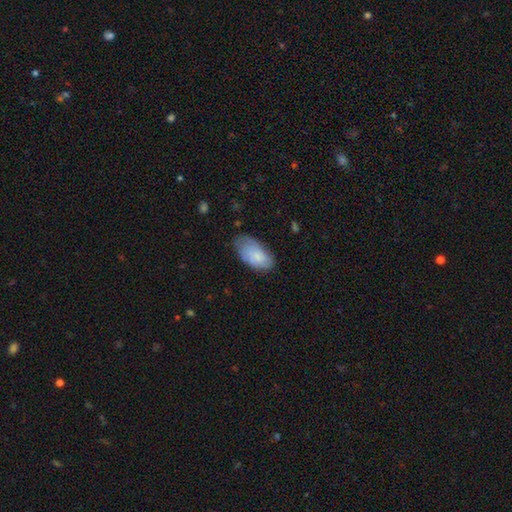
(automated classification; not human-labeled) smooth_or_featured: smooth (p=0.74) [alt: featured or disk p=0.20]
how_rounded: in between (p=0.94) [alt: round p=0.03]
merging: none (p=0.58) [alt: minor disturbance p=0.32]